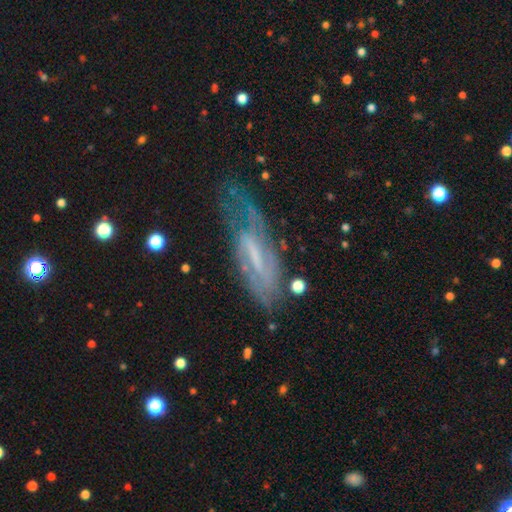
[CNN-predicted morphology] The model was most divided on "bar": strong: 42%, weak: 38%, no: 19%. Remaining: spiral arms — yes (78%); edge-on disk — no (77%); smooth or featured — featured or disk (73%); merging — none (51%); bulge size — none (40%).